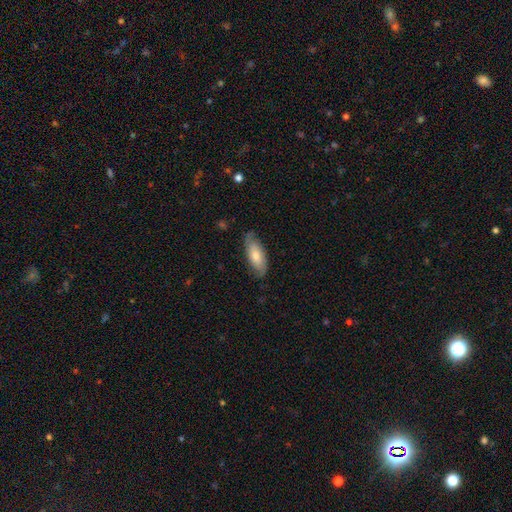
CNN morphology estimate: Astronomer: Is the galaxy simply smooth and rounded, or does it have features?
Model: smooth — 61%.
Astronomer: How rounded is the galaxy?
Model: in between — 78%.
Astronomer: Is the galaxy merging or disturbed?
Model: none — 75%.